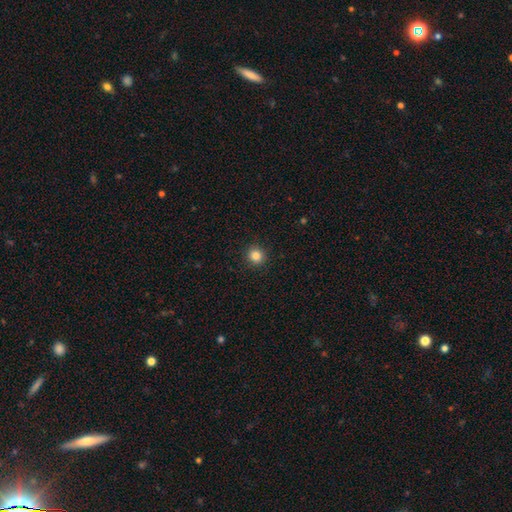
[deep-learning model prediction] smooth-or-featured: smooth: 84% | star or artifact: 12% | featured or disk: 4%
  how-rounded: round: 93% | in between: 6% | cigar-shaped: 1%
  merging: none: 92% | minor disturbance: 5% | major disturbance: 2% | merger: 1%